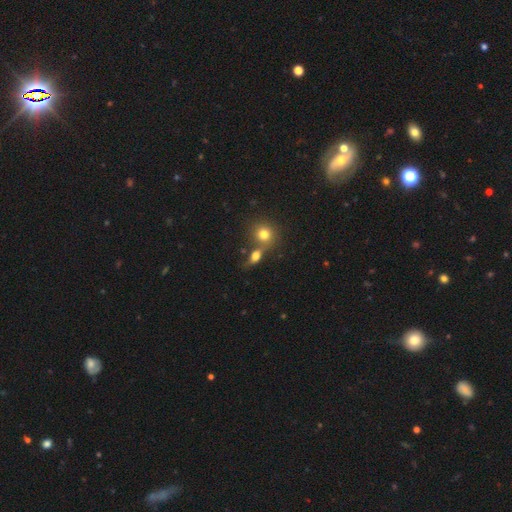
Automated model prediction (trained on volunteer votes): Smooth or featured?
  - smooth: 68% *
  - featured or disk: 19%
  - star or artifact: 14%
How rounded?
  - in between: 56% *
  - round: 34%
  - cigar-shaped: 10%
Merging?
  - none: 45% *
  - merger: 34%
  - minor disturbance: 13%
  - major disturbance: 8%